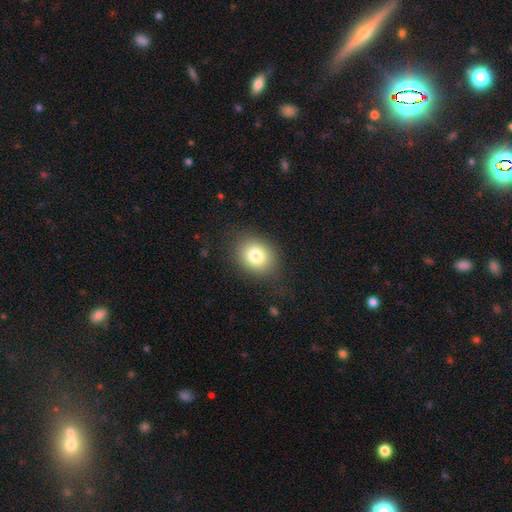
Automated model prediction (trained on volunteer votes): A smooth galaxy with no disk features (80%) that is round (59%). Merging: none (83%).